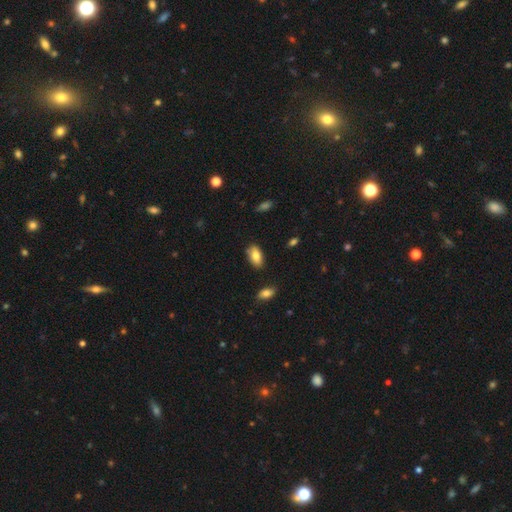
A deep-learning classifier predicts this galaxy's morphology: A smooth galaxy with no disk features (81%) that is in between round and cigar-shaped (93%).

Vote fractions:
- Smooth or featured? smooth: 81% / featured or disk: 12% / star or artifact: 7%
- How rounded? in between: 93% / cigar-shaped: 4% / round: 3%
- Merging? none: 82% / minor disturbance: 13% / major disturbance: 2% / merger: 2%